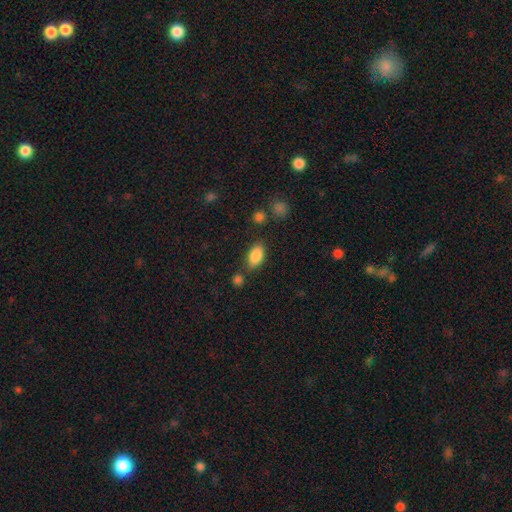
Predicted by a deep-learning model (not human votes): This is clearly a smooth galaxy (87%). How rounded: clearly in between (91%). Merging: likely none (73%).